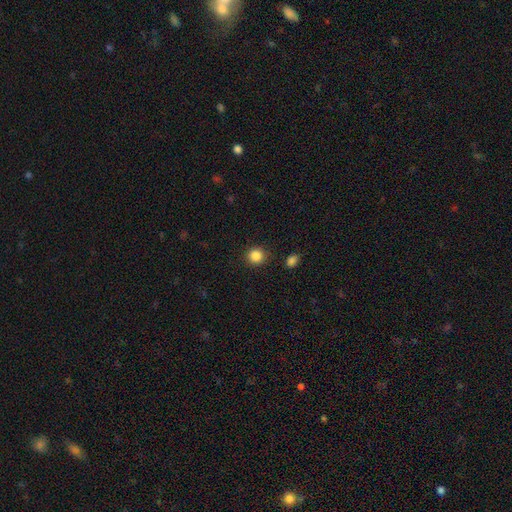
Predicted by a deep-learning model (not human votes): smooth_or_featured: smooth (p=0.86) [alt: star or artifact p=0.10]
how_rounded: round (p=0.92) [alt: in between p=0.07]
merging: none (p=0.89) [alt: minor disturbance p=0.06]